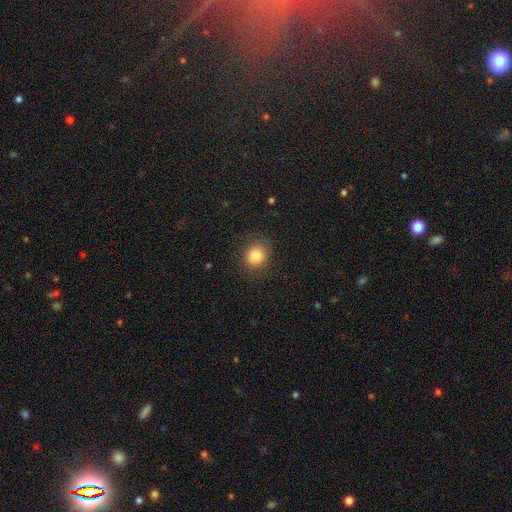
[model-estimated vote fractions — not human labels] The model was most divided on "how rounded": round: 77%, in between: 22%, cigar-shaped: 1%. More confident: merging — none (87%); smooth or featured — smooth (84%).